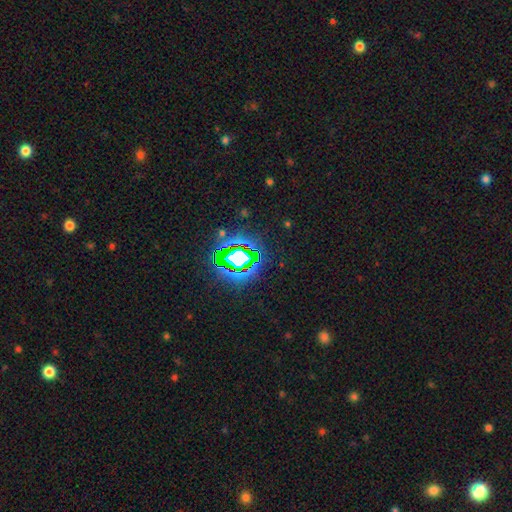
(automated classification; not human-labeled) Morphology: type=star or artifact (83%).